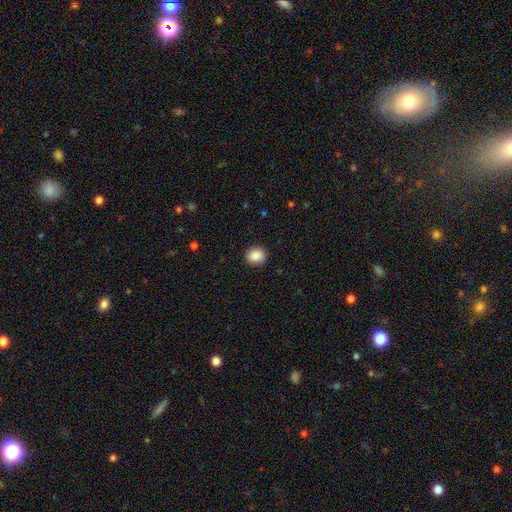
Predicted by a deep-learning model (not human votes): This is clearly a smooth galaxy (88%). How rounded: likely round (75%). Merging: clearly none (91%).